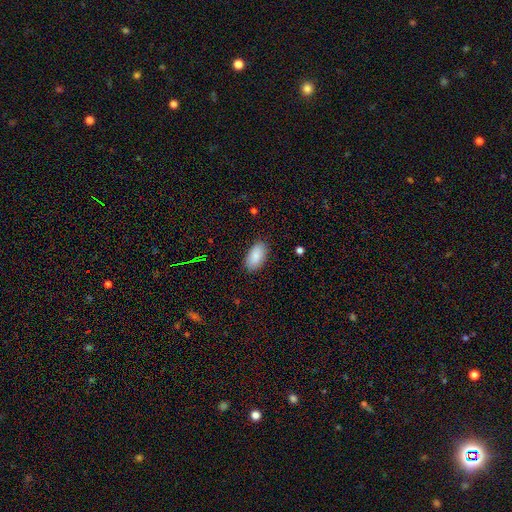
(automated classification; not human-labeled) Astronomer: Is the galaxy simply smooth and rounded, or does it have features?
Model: smooth — 88%.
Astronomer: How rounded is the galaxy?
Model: in between — 95%.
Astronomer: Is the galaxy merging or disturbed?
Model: none — 87%.